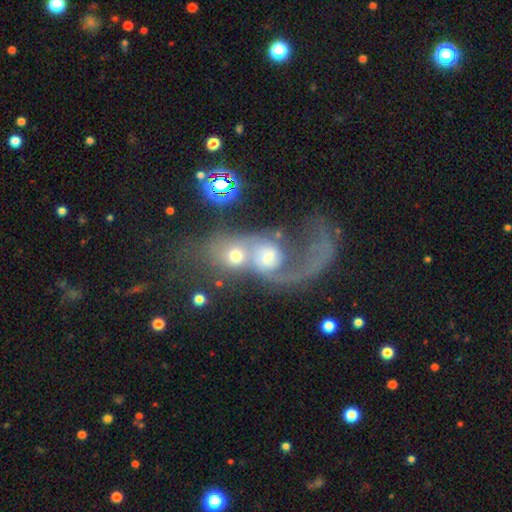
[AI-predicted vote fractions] The model was most divided on "bulge size": moderate: 52%, small: 25%, large: 13%, none: 7%, dominant: 4%. More confident: edge-on disk — no (95%); bar — no (75%); merging — merger (73%); spiral arms — yes (64%); smooth or featured — featured or disk (61%).